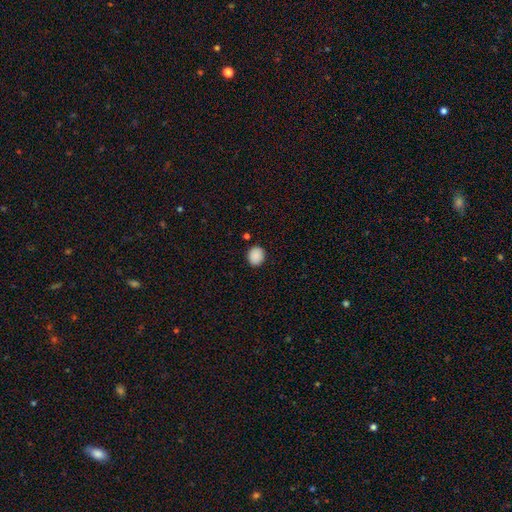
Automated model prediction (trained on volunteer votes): Morphology: type=smooth (89%); roundness=round (71%); merging=none (89%).